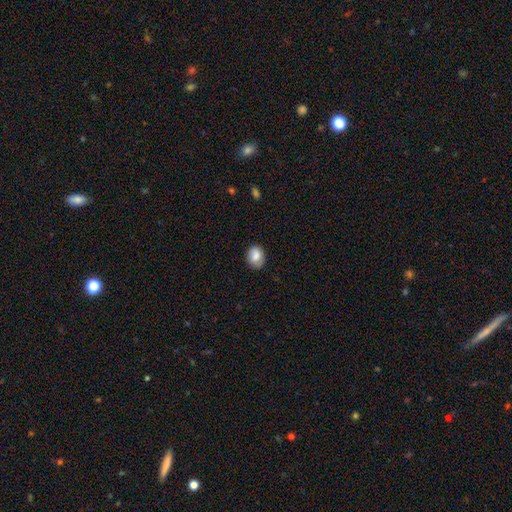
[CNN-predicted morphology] A smooth galaxy with no disk features (84%) that is in between round and cigar-shaped (53%). Merging: none (82%).